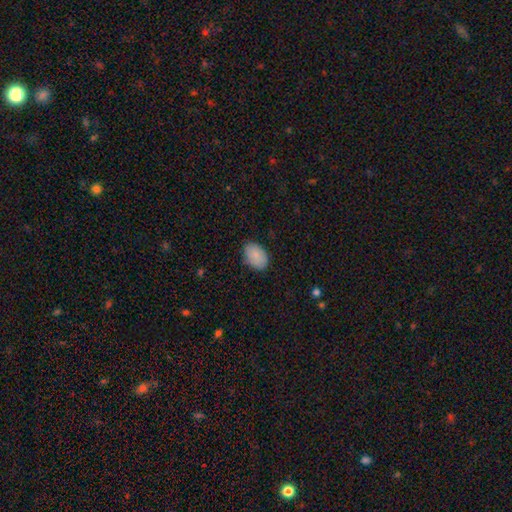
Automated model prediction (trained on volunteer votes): A smooth galaxy with no disk features (88%) that is in between round and cigar-shaped (87%).

Vote fractions:
- Smooth or featured? smooth: 88% / star or artifact: 6% / featured or disk: 5%
- How rounded? in between: 87% / round: 12% / cigar-shaped: 1%
- Merging? none: 83% / minor disturbance: 14% / major disturbance: 3% / merger: 1%